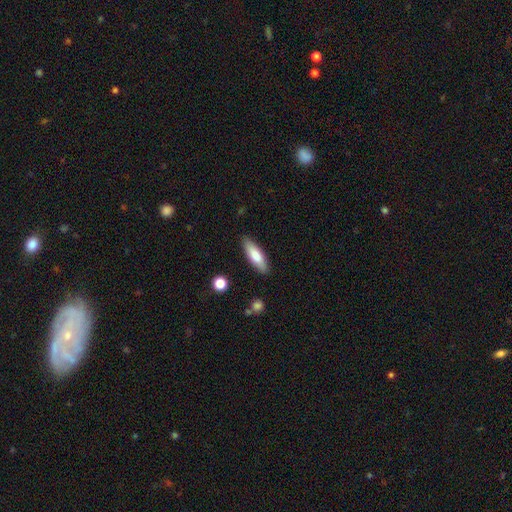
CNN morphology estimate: smooth_or_featured: smooth (p=0.77) [alt: featured or disk p=0.17]
how_rounded: in between (p=0.51) [alt: cigar-shaped p=0.48]
merging: none (p=0.87) [alt: minor disturbance p=0.10]